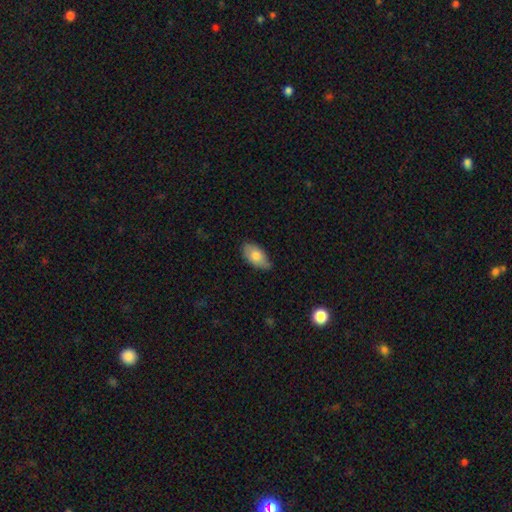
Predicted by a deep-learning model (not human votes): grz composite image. It shows a smooth galaxy with no disk features (76%) that is in between round and cigar-shaped (94%). Merging: none (68%).